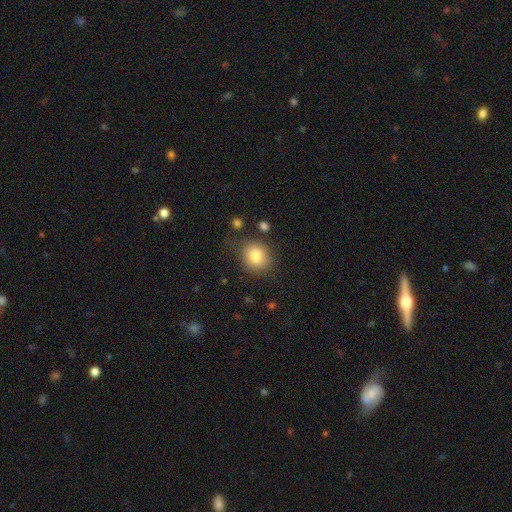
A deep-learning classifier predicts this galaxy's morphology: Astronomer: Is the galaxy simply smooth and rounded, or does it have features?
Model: smooth — 81%.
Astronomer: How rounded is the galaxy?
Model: round — 67%.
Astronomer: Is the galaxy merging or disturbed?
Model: none — 76%.